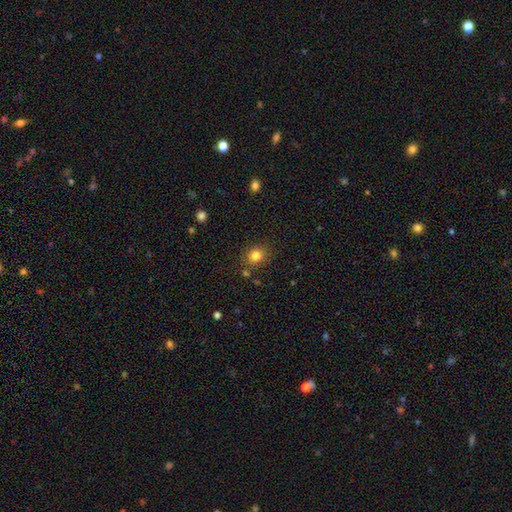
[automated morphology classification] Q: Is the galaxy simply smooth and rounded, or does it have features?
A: smooth — 82%.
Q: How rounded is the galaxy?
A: round — 72%.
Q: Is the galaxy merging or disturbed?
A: none — 82%.